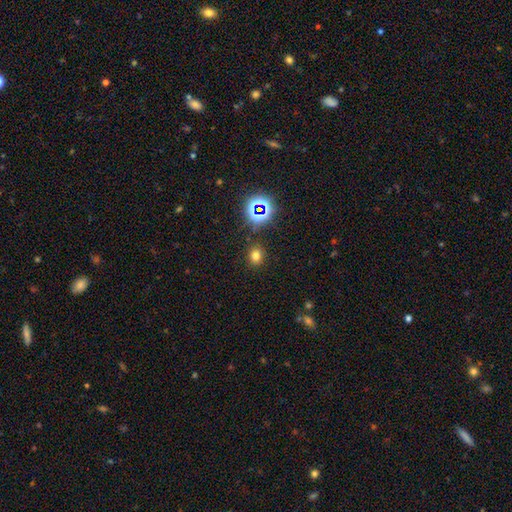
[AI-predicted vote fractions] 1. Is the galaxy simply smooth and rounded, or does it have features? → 70% smooth, 23% star or artifact, 7% featured or disk.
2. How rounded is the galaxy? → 63% round, 36% in between, 1% cigar-shaped.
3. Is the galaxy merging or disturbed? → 87% none, 8% minor disturbance, 3% major disturbance, 2% merger.